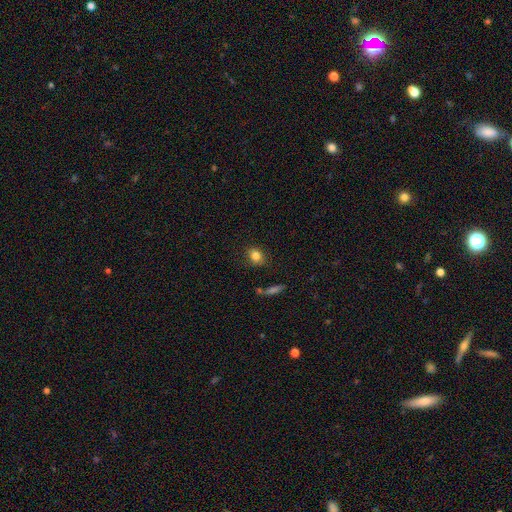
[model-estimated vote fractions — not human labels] This appears to be a smooth galaxy with no disk features (83%) that is round (50%). Merging: none (81%).